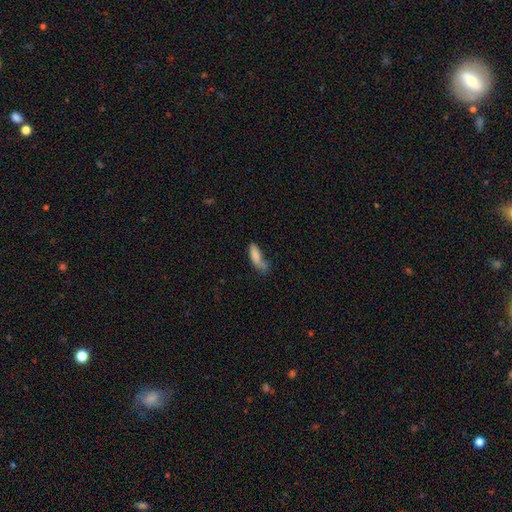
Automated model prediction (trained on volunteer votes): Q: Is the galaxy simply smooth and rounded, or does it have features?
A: smooth — 81%.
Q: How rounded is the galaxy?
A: in between — 53%.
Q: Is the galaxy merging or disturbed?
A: none — 40%.